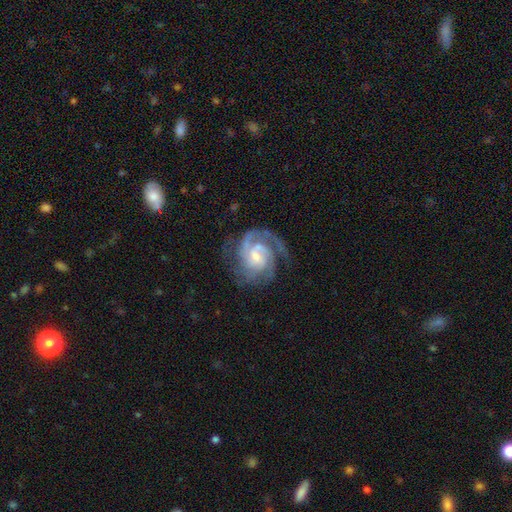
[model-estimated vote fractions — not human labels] Smooth or featured: featured or disk — 89% (smooth — 6%)
Edge-on disk: no — 98% (yes — 2%)
Bar: weak — 46% (no — 45%)
Spiral arms: yes — 97% (no — 3%)
Spiral winding: tight — 54% (medium — 38%)
Spiral arm count: 2 — 32% (3 — 29%)
Bulge size: small — 49% (moderate — 37%)
Merging: none — 67% (minor disturbance — 18%)